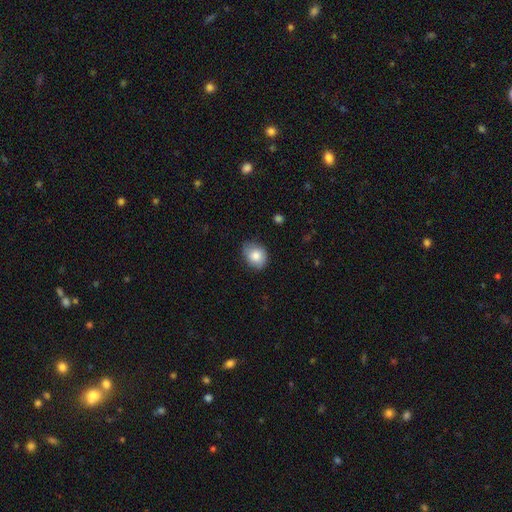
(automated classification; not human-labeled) This is clearly a smooth galaxy (82%). How rounded: possibly in between (51%). Merging: likely none (74%).